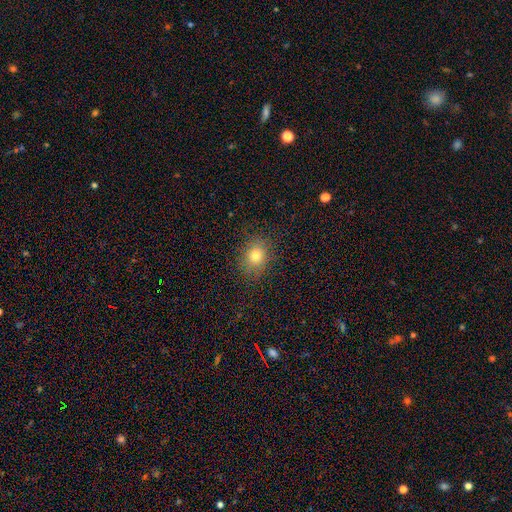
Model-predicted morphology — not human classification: smooth_or_featured: smooth (p=0.78) [alt: star or artifact p=0.14]
how_rounded: round (p=0.54) [alt: in between p=0.45]
merging: none (p=0.85) [alt: minor disturbance p=0.10]